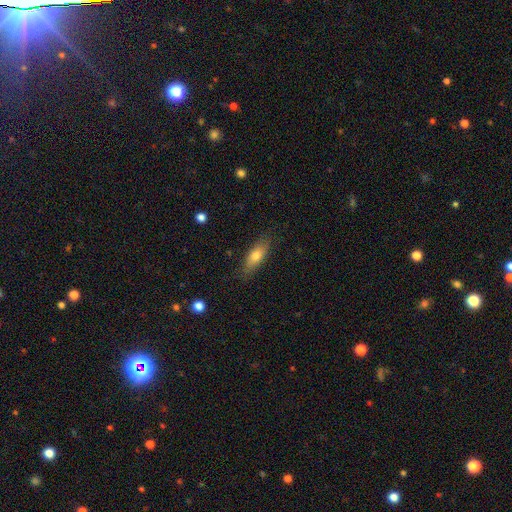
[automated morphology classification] This is likely a smooth galaxy (68%). How rounded: possibly in between (56%). Merging: clearly none (83%).